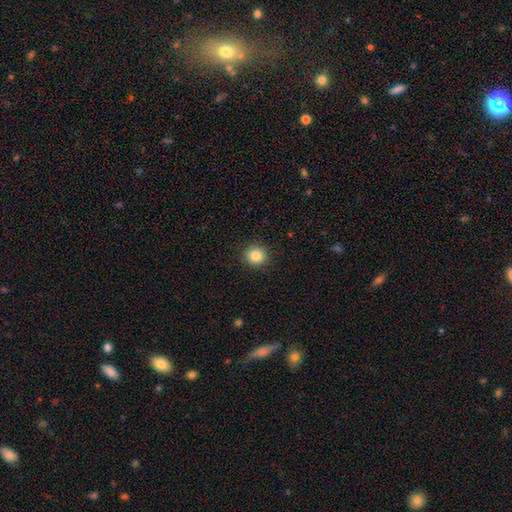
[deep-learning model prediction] Morphology: type=smooth (85%); roundness=round (88%); merging=none (91%).